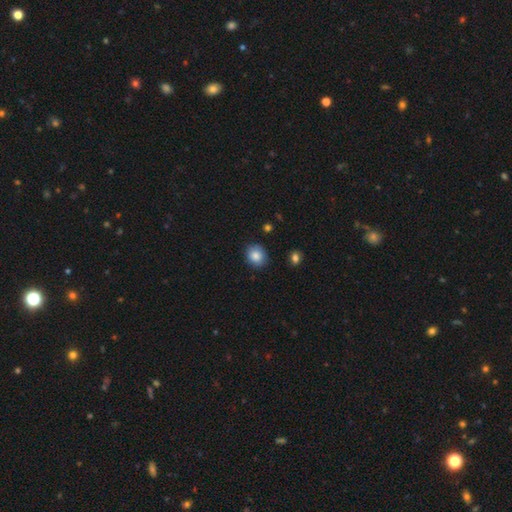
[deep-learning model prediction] Overall: smooth (85%). How rounded: round (75%). Merging: none (86%).